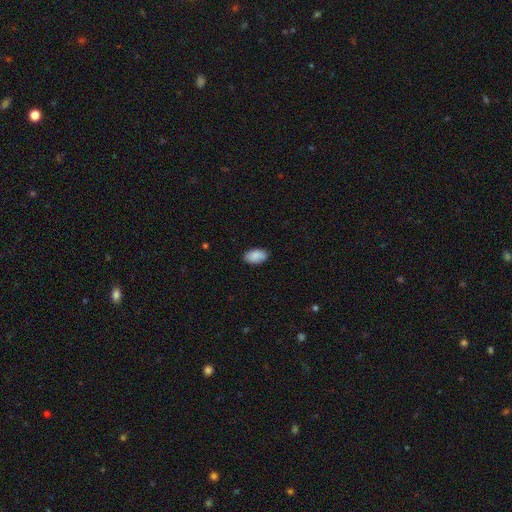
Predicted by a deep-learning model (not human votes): This is clearly a smooth galaxy (89%). How rounded: clearly in between (94%). Merging: clearly none (87%).